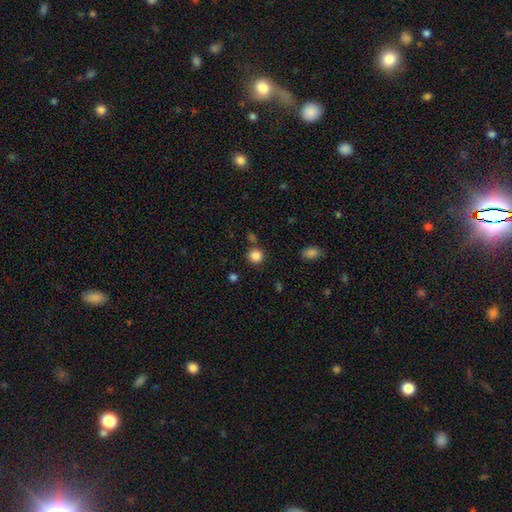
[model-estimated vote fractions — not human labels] smooth-or-featured: smooth: 85% | star or artifact: 11% | featured or disk: 4%
  how-rounded: round: 91% | in between: 8% | cigar-shaped: 1%
  merging: none: 82% | minor disturbance: 8% | merger: 7% | major disturbance: 3%